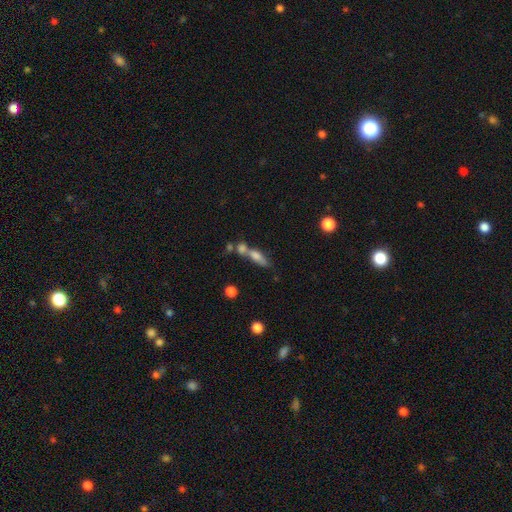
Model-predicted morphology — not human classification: smooth-or-featured: smooth: 65% | featured or disk: 25% | star or artifact: 11%
  how-rounded: in between: 48% | cigar-shaped: 44% | round: 8%
  merging: merger: 50% | none: 30% | minor disturbance: 12% | major disturbance: 9%